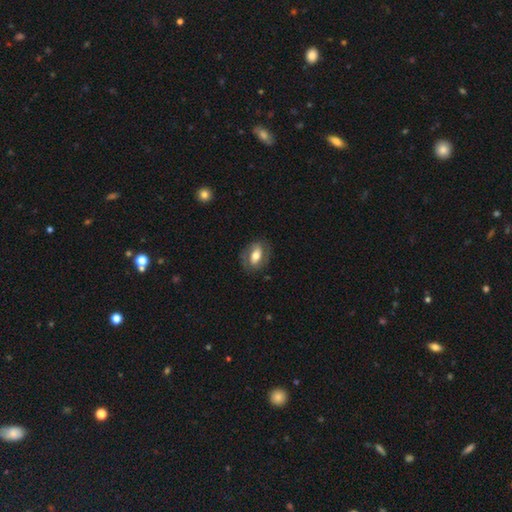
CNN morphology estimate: This is possibly a featured or disk galaxy (48%). Merging: likely none (75%).